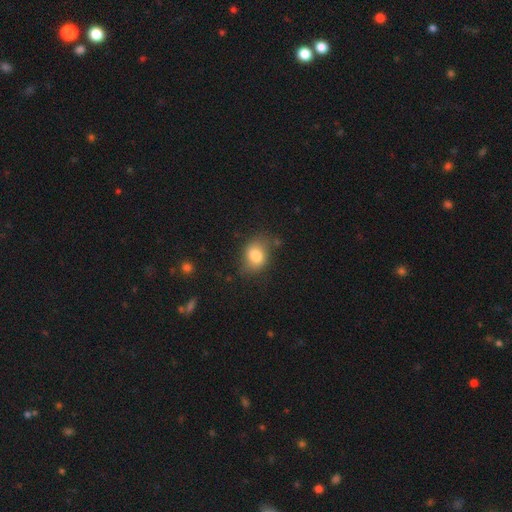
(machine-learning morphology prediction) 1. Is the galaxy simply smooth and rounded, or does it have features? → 79% smooth, 13% featured or disk, 9% star or artifact.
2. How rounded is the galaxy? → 60% in between, 38% round, 1% cigar-shaped.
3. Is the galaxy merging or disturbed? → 70% none, 22% minor disturbance, 6% major disturbance, 3% merger.